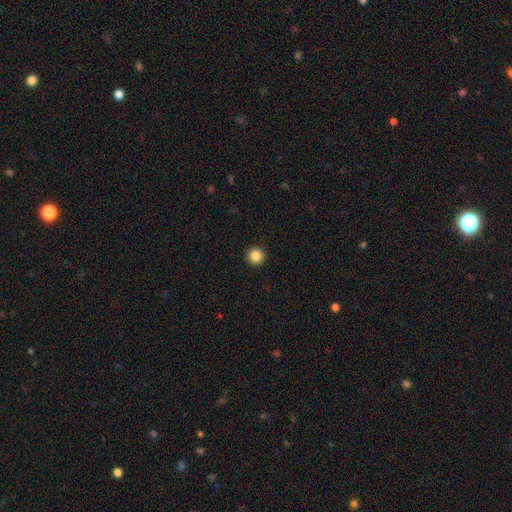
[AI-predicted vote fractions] The model was most divided on "smooth or featured": smooth: 86%, star or artifact: 10%, featured or disk: 3%. More confident: how rounded — round (96%); merging — none (93%).